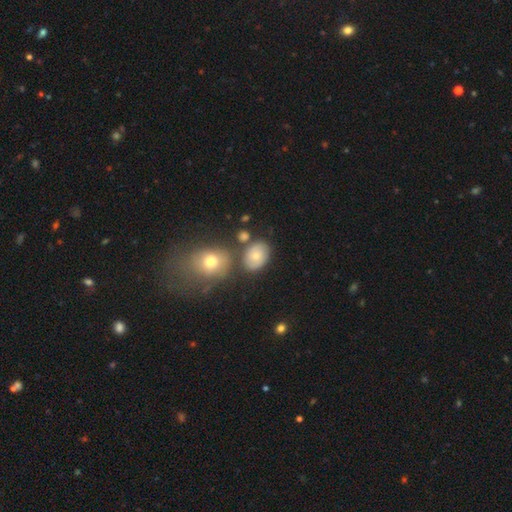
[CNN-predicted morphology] Smooth or featured? smooth (66%)
How rounded? in between (64%)
Merging? none (68%)